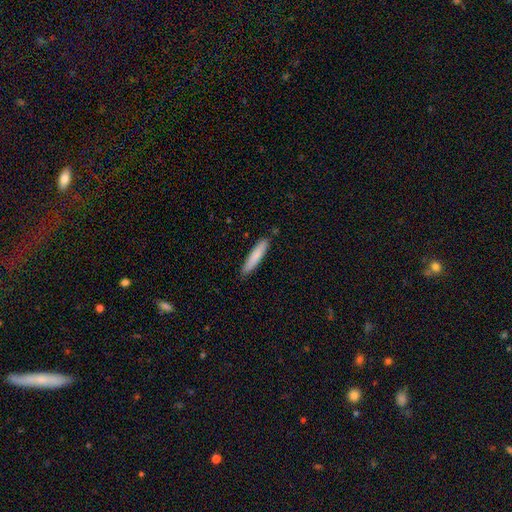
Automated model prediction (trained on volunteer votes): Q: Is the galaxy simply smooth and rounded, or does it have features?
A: smooth — 81%.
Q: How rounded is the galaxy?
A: cigar-shaped — 88%.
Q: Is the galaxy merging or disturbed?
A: none — 87%.